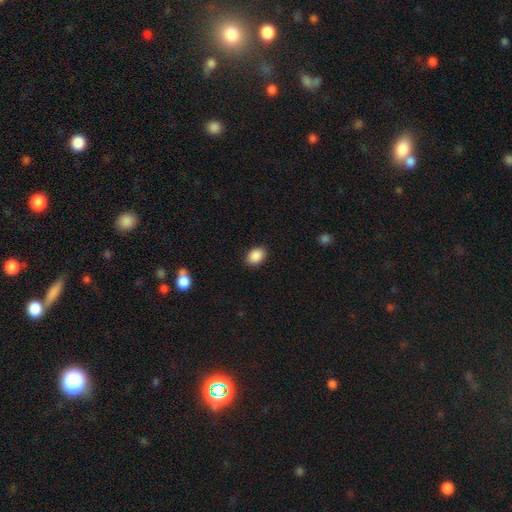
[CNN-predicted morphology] This is clearly a smooth galaxy (89%). How rounded: likely in between (72%). Merging: clearly none (89%).